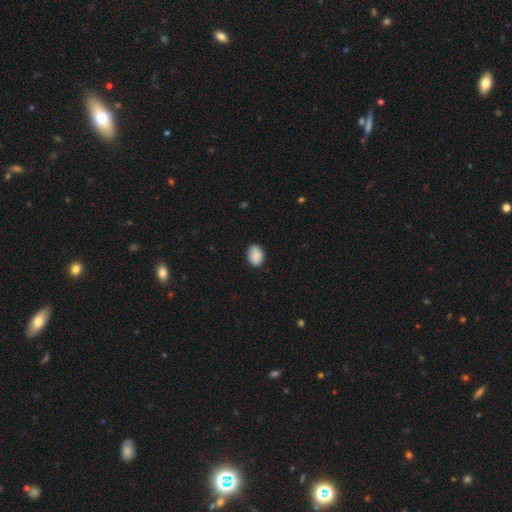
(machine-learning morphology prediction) A smooth galaxy with no disk features (90%) that is in between round and cigar-shaped (75%).

Vote fractions:
- Smooth or featured? smooth: 90% / star or artifact: 7% / featured or disk: 4%
- How rounded? in between: 75% / round: 24% / cigar-shaped: 1%
- Merging? none: 83% / minor disturbance: 14% / major disturbance: 2% / merger: 1%